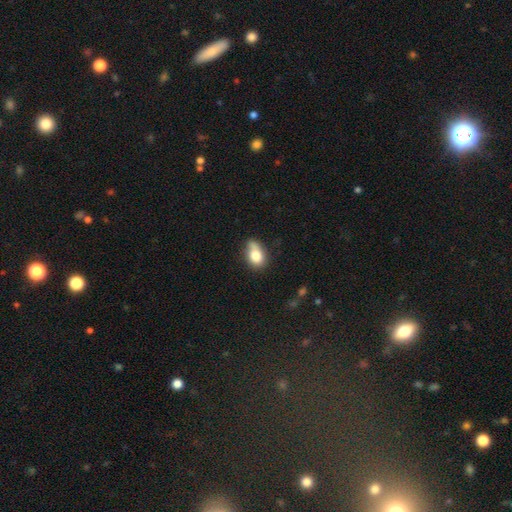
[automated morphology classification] type=smooth (79%); roundness=in between (69%); merging=none (45%).